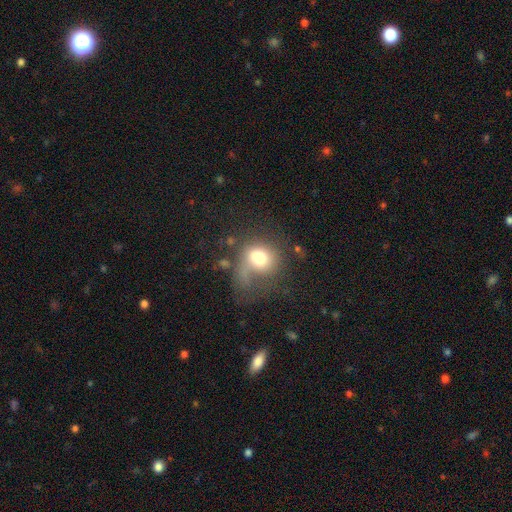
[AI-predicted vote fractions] Smooth or featured? smooth (60%)
How rounded? round (63%)
Merging? major disturbance (43%)